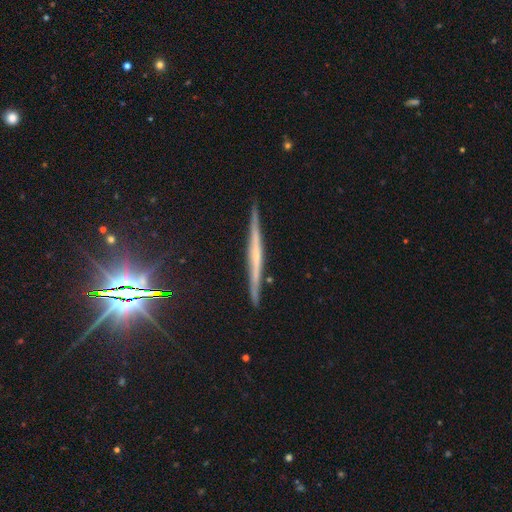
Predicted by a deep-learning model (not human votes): Morphology: type=featured or disk (67%); edge-on=yes (98%); edge-on bulge=none (62%); merging=none (89%).